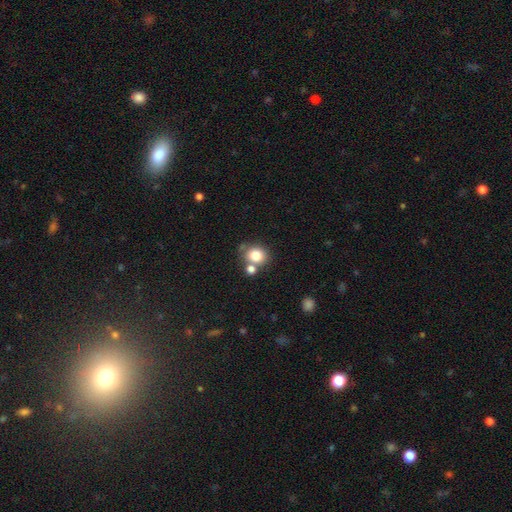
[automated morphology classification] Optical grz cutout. It shows a smooth galaxy with no disk features (80%) that is round (71%). Merging: none (59%).